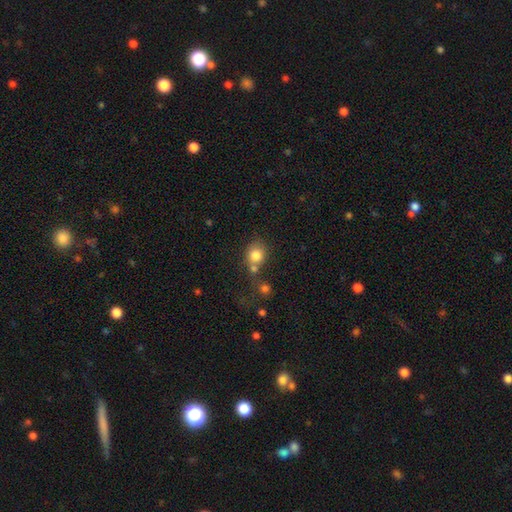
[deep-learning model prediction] smooth 81%, star or artifact 10%, featured or disk 9%. Down the decision tree: how rounded — round (75%); merging — none (51%).